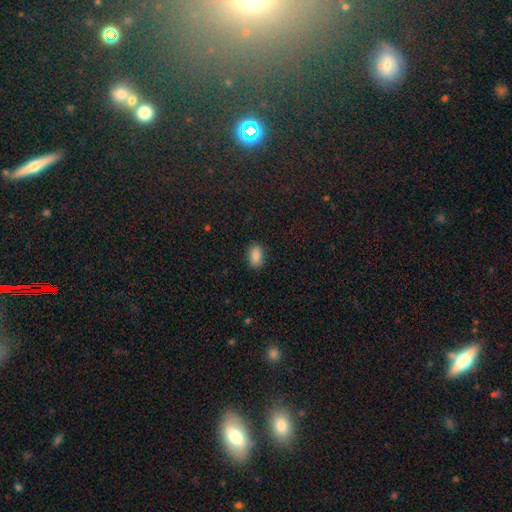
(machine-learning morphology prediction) A smooth galaxy with no disk features (88%) that is in between round and cigar-shaped (91%). Merging: none (88%).